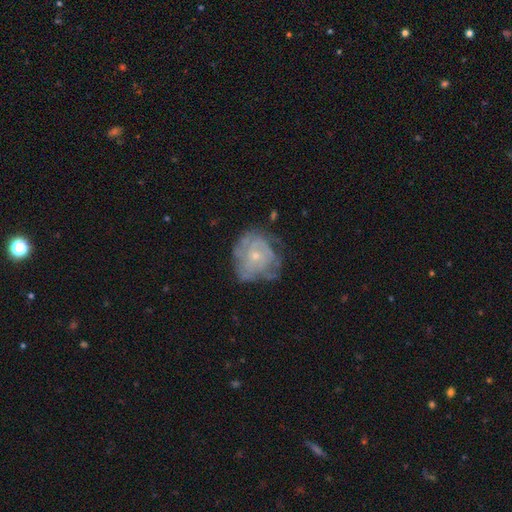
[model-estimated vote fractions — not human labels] Smooth or featured?
  - featured or disk: 70% *
  - smooth: 22%
  - star or artifact: 8%
Edge-on disk?
  - no: 97% *
  - yes: 3%
Bar?
  - no: 84% *
  - weak: 14%
  - strong: 2%
Spiral arms?
  - yes: 68% *
  - no: 32%
Bulge size?
  - small: 72% *
  - moderate: 23%
  - none: 2%
  - large: 1%
  - dominant: 1%
Merging?
  - none: 57% *
  - minor disturbance: 26%
  - major disturbance: 15%
  - merger: 3%